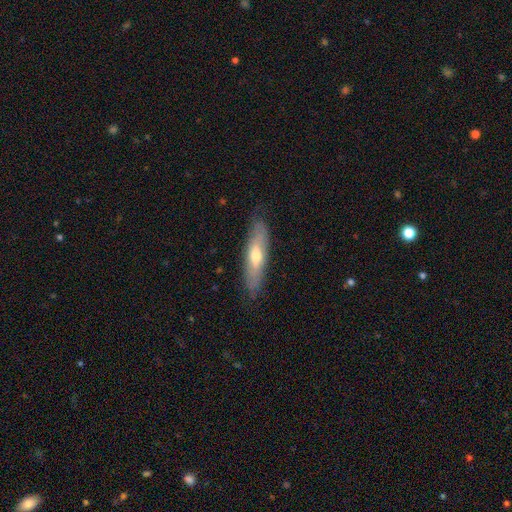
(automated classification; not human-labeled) Smooth or featured: smooth — 51% (featured or disk — 43%)
How rounded: cigar-shaped — 68% (in between — 30%)
Merging: none — 81% (minor disturbance — 15%)